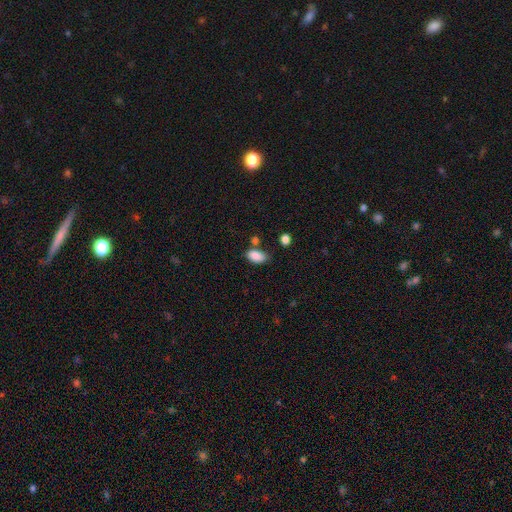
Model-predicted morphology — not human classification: This is clearly a smooth galaxy (87%). How rounded: clearly in between (93%). Merging: likely none (61%).